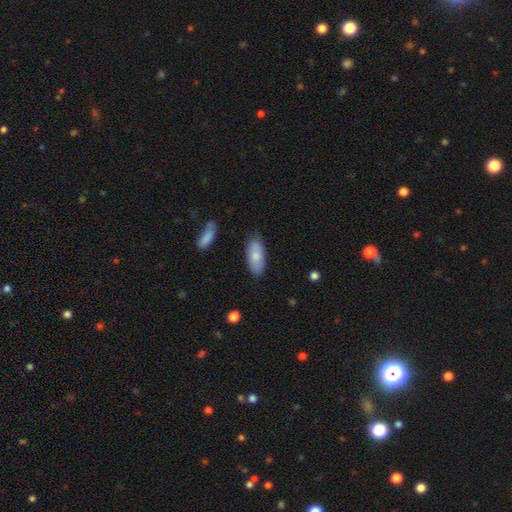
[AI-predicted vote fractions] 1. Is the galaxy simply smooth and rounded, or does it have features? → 78% smooth, 16% featured or disk, 6% star or artifact.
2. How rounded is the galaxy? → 83% in between, 15% cigar-shaped, 2% round.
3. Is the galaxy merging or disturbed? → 79% none, 15% minor disturbance, 3% major disturbance, 3% merger.